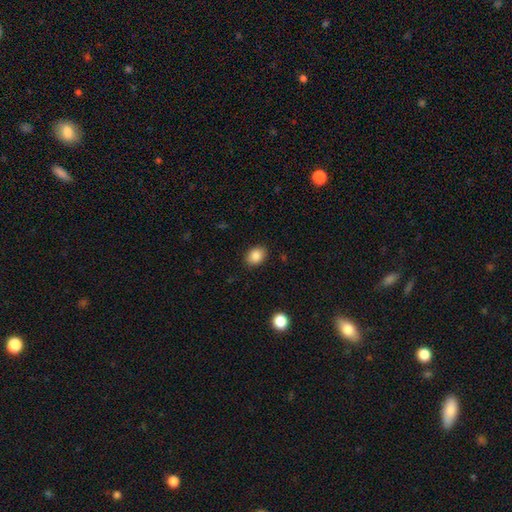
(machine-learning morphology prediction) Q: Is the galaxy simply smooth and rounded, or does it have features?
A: smooth — 87%.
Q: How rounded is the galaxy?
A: in between — 60%.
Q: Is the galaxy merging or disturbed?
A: none — 88%.